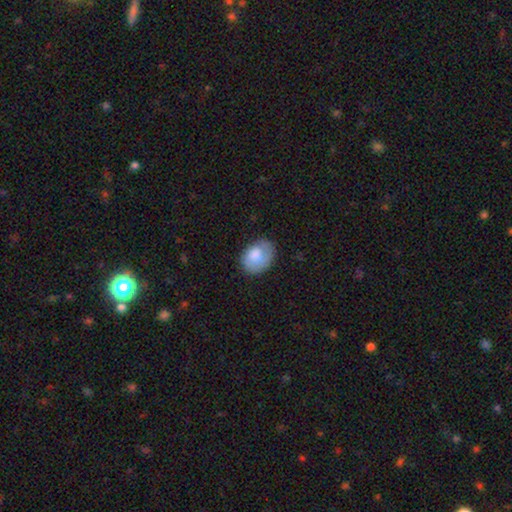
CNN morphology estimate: Smooth or featured: smooth — 75% (featured or disk — 18%)
How rounded: in between — 65% (round — 34%)
Merging: none — 62% (minor disturbance — 26%)